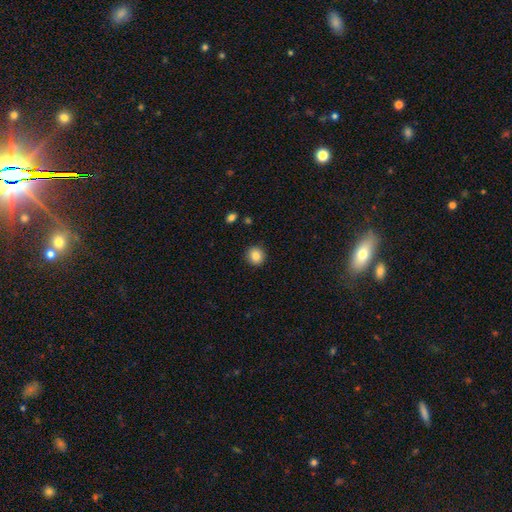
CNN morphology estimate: This is clearly a smooth galaxy (86%). How rounded: clearly round (89%). Merging: clearly none (91%).